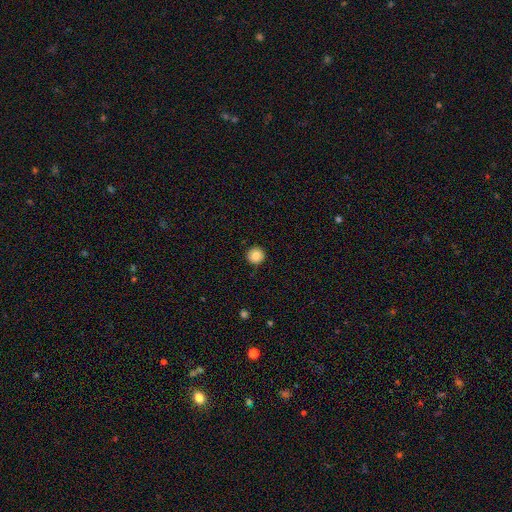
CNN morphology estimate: A smooth galaxy with no disk features (85%) that is round (95%). Merging: none (90%).